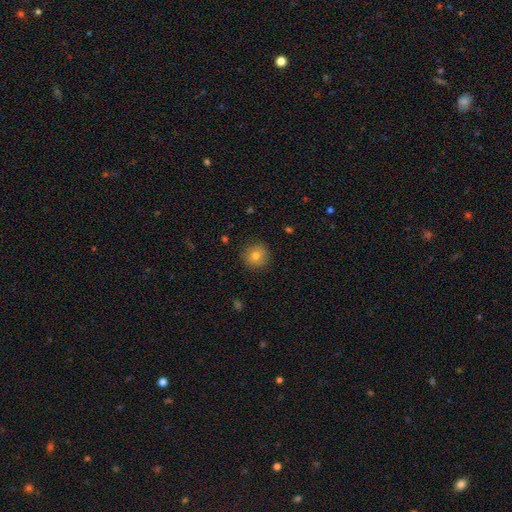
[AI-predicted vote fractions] smooth 79%, star or artifact 11%, featured or disk 10%. Down the decision tree: how rounded — round (94%); merging — none (90%).